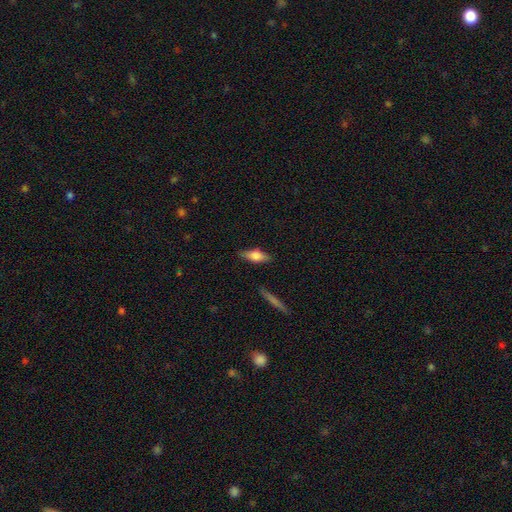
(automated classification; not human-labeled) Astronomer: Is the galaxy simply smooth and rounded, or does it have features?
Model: smooth — 62%.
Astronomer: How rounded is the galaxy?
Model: in between — 60% (runner-up: cigar-shaped, 37%).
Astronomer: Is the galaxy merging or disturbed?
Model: none — 83%.